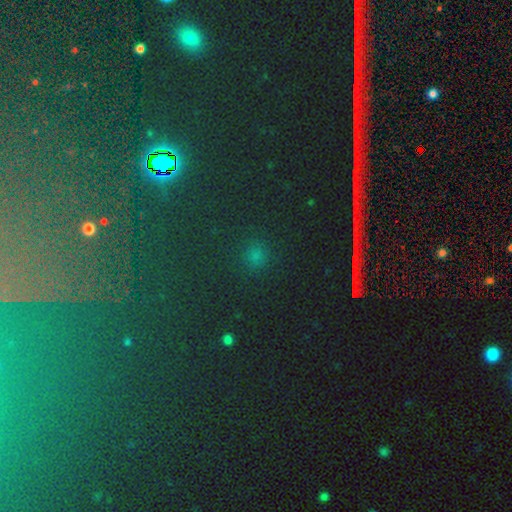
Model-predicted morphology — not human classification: The model was most divided on "smooth or featured": smooth: 54%, star or artifact: 39%, featured or disk: 7%. More confident: how rounded — round (84%); merging — none (82%).